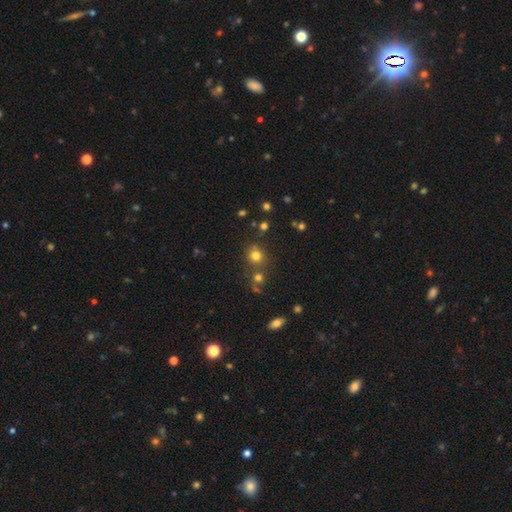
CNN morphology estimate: A smooth galaxy with no disk features (76%) that is round (84%). Merging: none (73%).